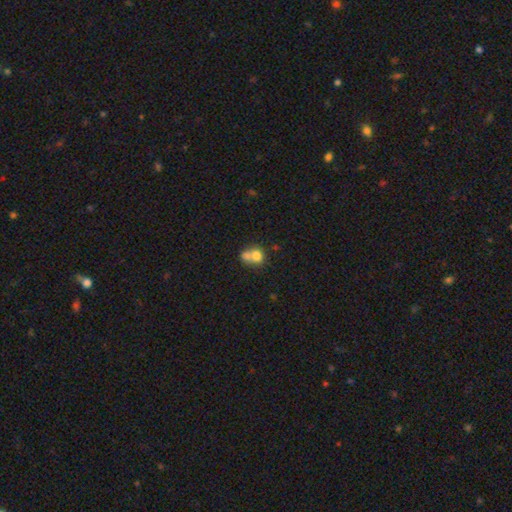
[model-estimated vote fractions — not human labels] A smooth galaxy with no disk features (72%) that is round (62%). Merging: merger (63%).